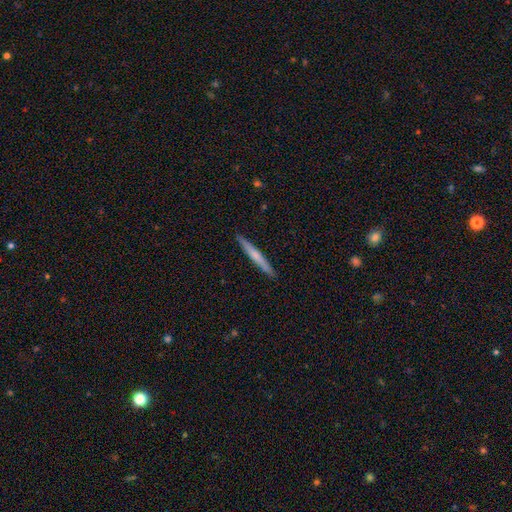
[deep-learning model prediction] This is possibly a smooth galaxy (54%). How rounded: clearly cigar-shaped (96%). Merging: clearly none (92%).